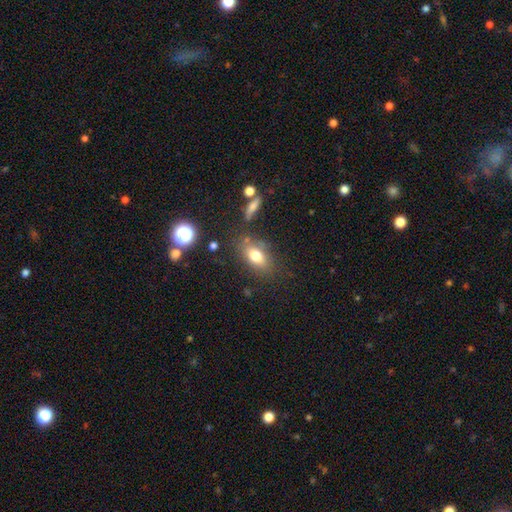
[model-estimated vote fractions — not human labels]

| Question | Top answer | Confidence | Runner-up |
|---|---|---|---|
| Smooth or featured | smooth | 75% | featured or disk (14%) |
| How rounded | in between | 80% | round (14%) |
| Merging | none | 73% | minor disturbance (15%) |